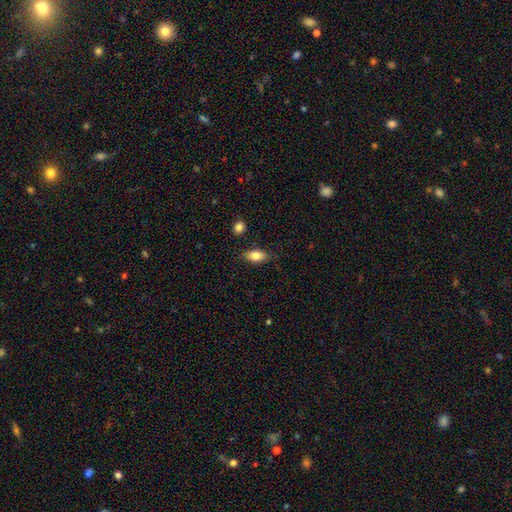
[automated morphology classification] smooth_or_featured: smooth (p=0.81) [alt: featured or disk p=0.12]
how_rounded: in between (p=0.87) [alt: cigar-shaped p=0.08]
merging: none (p=0.83) [alt: minor disturbance p=0.12]